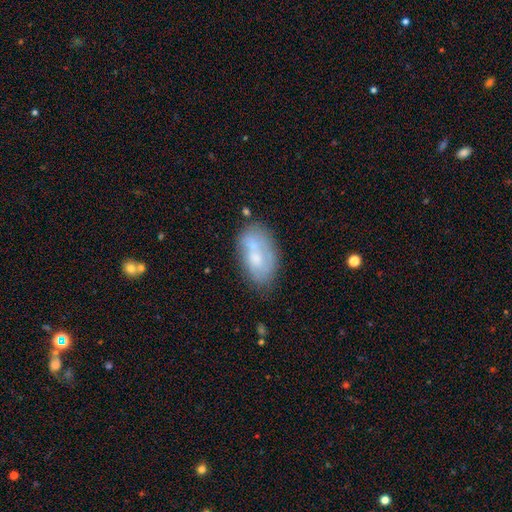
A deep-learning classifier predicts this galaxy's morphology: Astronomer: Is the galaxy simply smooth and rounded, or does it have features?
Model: smooth — 50% (runner-up: featured or disk, 42%).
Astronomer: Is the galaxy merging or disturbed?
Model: none — 54%.